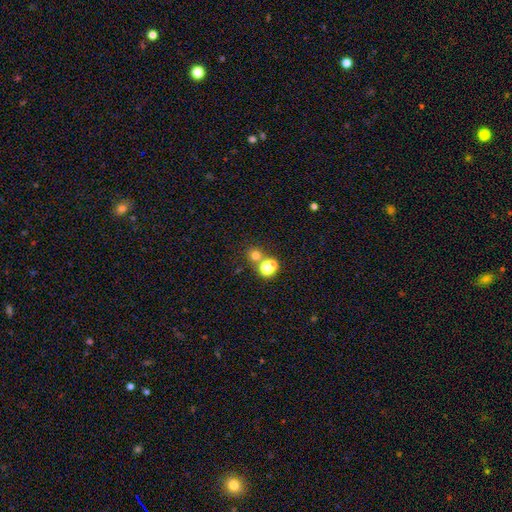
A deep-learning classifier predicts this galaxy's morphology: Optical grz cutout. It shows a smooth galaxy with no disk features (69%) that is round (86%). Merging: none (61%).